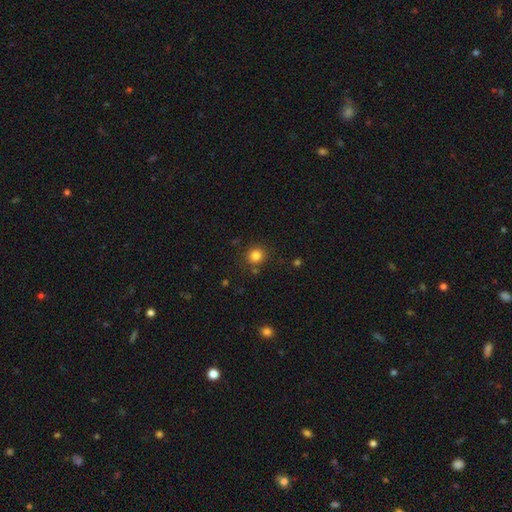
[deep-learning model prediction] A smooth galaxy with no disk features (82%) that is round (91%). Merging: none (85%).